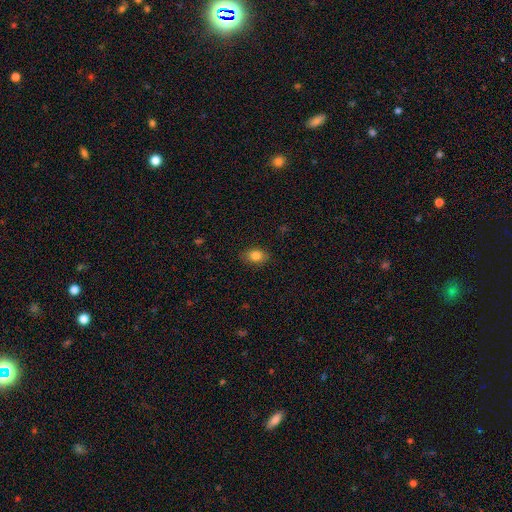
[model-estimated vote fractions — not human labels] The model was most divided on "how rounded": in between: 78%, round: 20%, cigar-shaped: 2%. More confident: merging — none (86%); smooth or featured — smooth (84%).